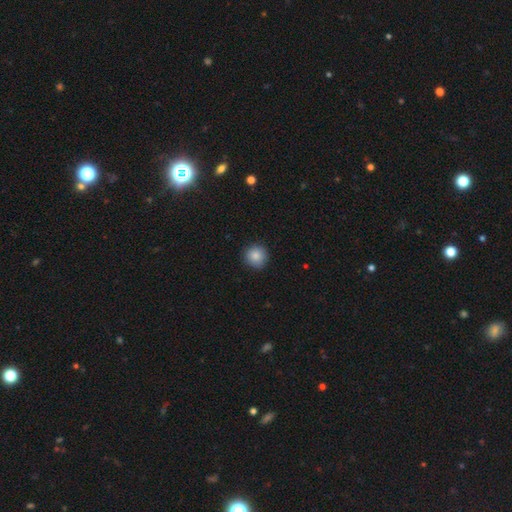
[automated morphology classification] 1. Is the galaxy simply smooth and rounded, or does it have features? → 86% smooth, 9% star or artifact, 5% featured or disk.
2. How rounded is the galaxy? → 94% round, 5% in between, 1% cigar-shaped.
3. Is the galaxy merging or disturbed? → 90% none, 7% minor disturbance, 2% major disturbance, 1% merger.